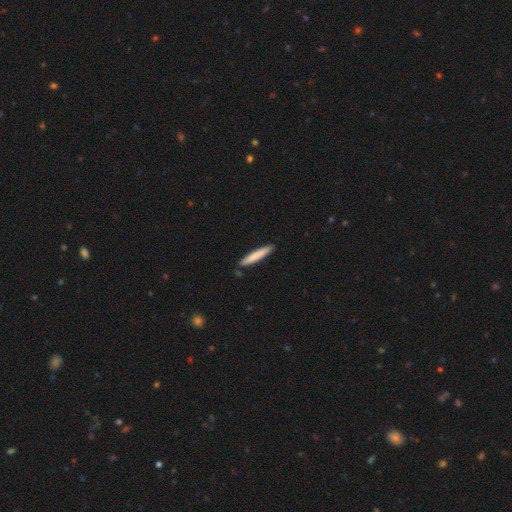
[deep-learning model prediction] A smooth galaxy with no disk features (79%) that is cigar-shaped (94%).

Vote fractions:
- Smooth or featured? smooth: 79% / featured or disk: 16% / star or artifact: 5%
- How rounded? cigar-shaped: 94% / in between: 5% / round: 1%
- Merging? none: 88% / minor disturbance: 9% / merger: 2% / major disturbance: 1%